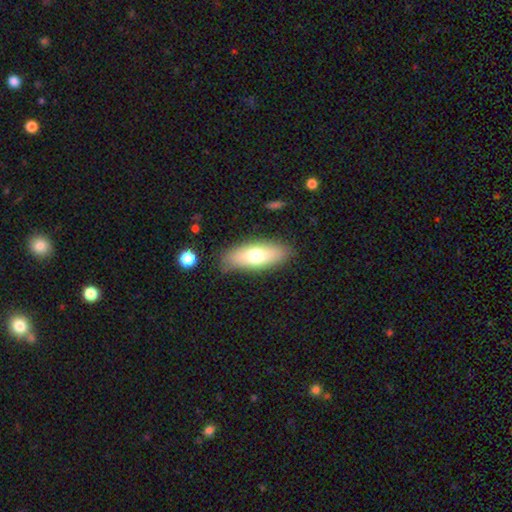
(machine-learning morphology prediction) This is likely a smooth galaxy (68%). How rounded: likely in between (71%). Merging: clearly none (84%).